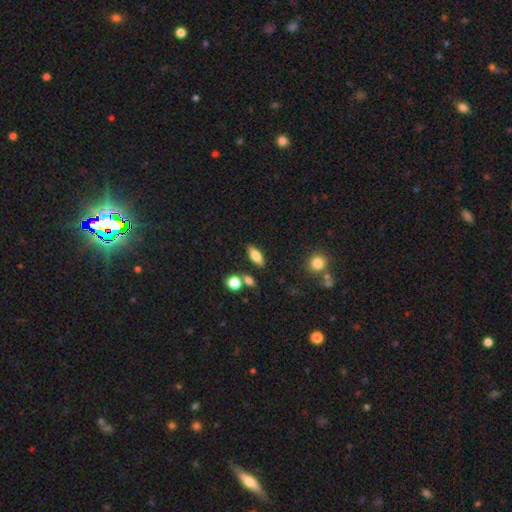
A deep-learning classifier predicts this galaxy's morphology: This is likely a smooth galaxy (66%). How rounded: likely in between (70%). Merging: clearly none (82%).